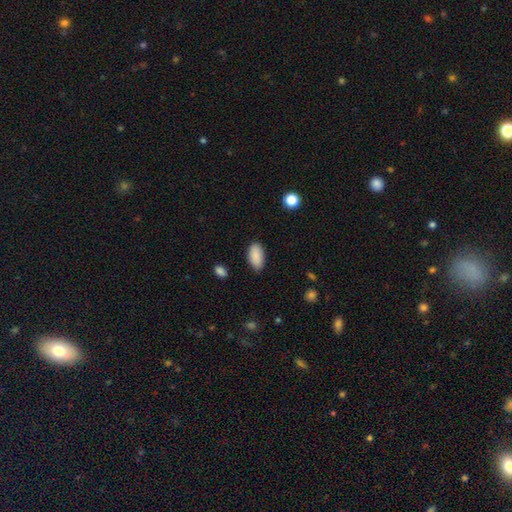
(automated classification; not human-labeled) Smooth or featured: smooth — 89% (star or artifact — 7%)
How rounded: in between — 94% (cigar-shaped — 3%)
Merging: none — 85% (minor disturbance — 12%)